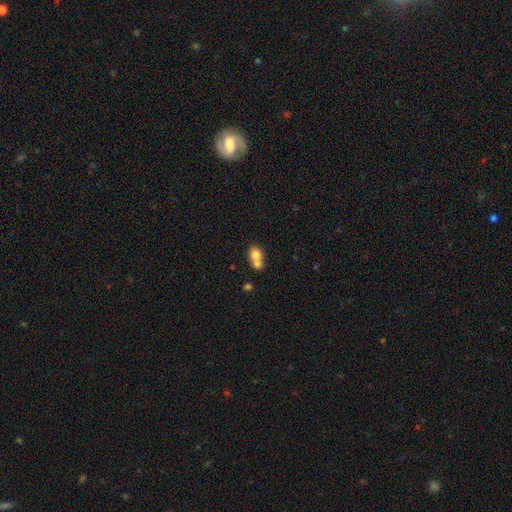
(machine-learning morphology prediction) A smooth galaxy with no disk features (75%) that is round (64%).

Vote fractions:
- Smooth or featured? smooth: 75% / featured or disk: 16% / star or artifact: 10%
- How rounded? round: 64% / in between: 35% / cigar-shaped: 1%
- Merging? merger: 66% / none: 26% / minor disturbance: 6% / major disturbance: 3%